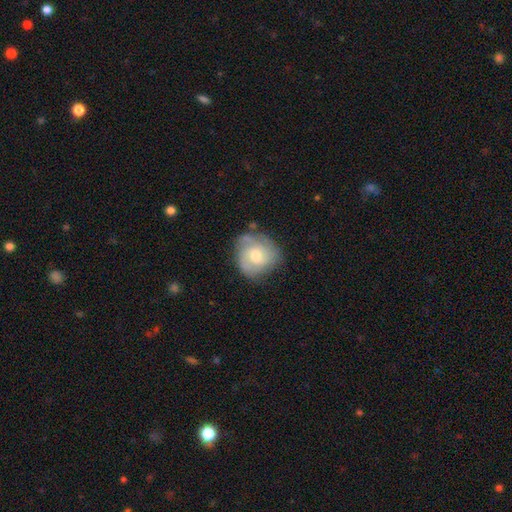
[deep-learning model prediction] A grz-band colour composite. It shows a featured or disk galaxy (63%) with no bar (67%), 3 (30%) tight (50%) spiral arms (87%) and a moderate central bulge (67%). Merging: none (66%).